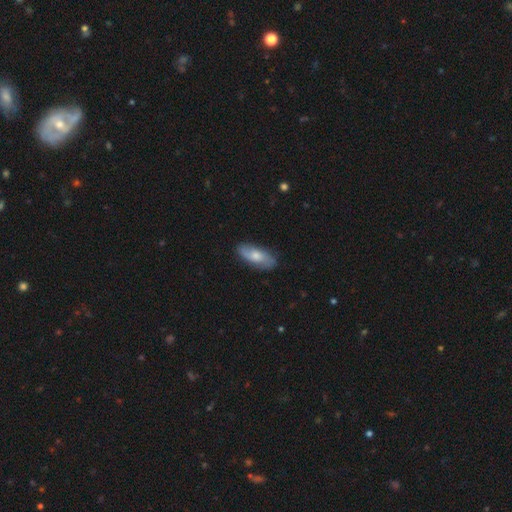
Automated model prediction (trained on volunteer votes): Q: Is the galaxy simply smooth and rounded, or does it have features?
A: smooth — 59%.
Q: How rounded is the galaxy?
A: in between — 76%.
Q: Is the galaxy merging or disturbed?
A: none — 81%.